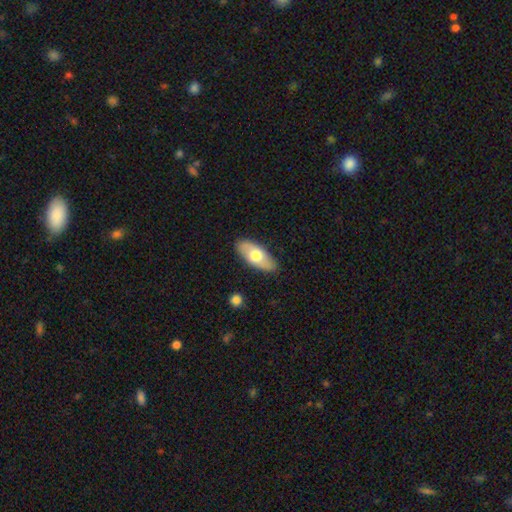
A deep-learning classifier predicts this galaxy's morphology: smooth-or-featured: smooth: 61% | featured or disk: 34% | star or artifact: 5%
  how-rounded: in between: 87% | cigar-shaped: 11% | round: 3%
  merging: none: 86% | minor disturbance: 11% | major disturbance: 2% | merger: 1%